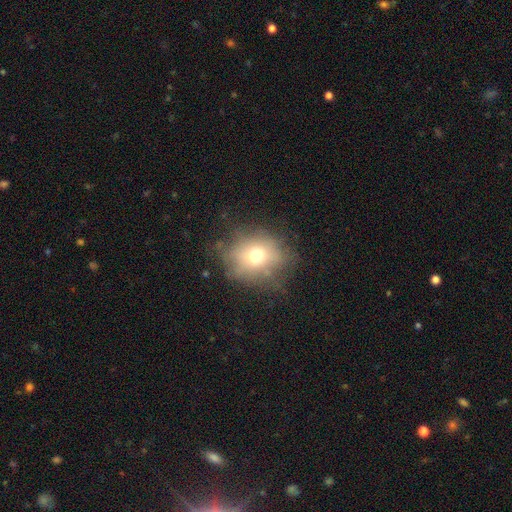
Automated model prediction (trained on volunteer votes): Overall: smooth (64%). How rounded: round (66%; in between 33%). Merging: none (65%).